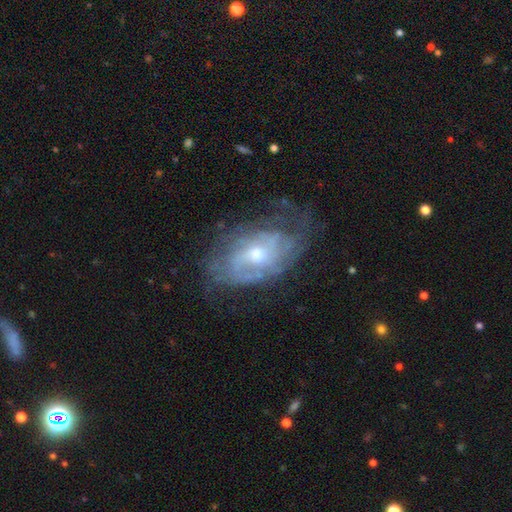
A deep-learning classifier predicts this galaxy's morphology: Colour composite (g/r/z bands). It shows a featured or disk galaxy (78%) with no bar (63%), tight (58%) spiral arms (86%) and a moderate central bulge (57%). Merging: none (62%).